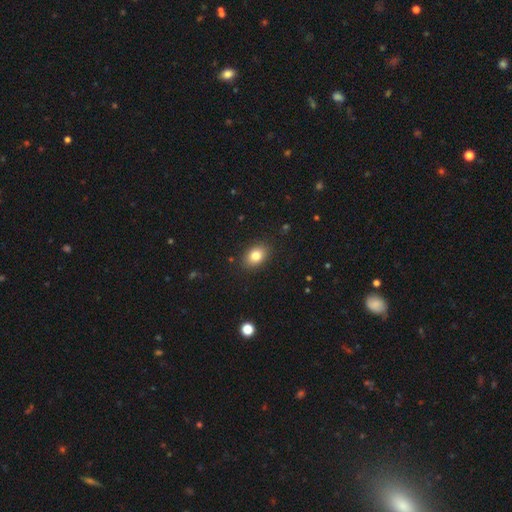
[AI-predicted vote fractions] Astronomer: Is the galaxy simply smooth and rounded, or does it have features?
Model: smooth — 81%.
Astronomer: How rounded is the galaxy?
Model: in between — 76%.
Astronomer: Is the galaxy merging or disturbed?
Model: none — 88%.